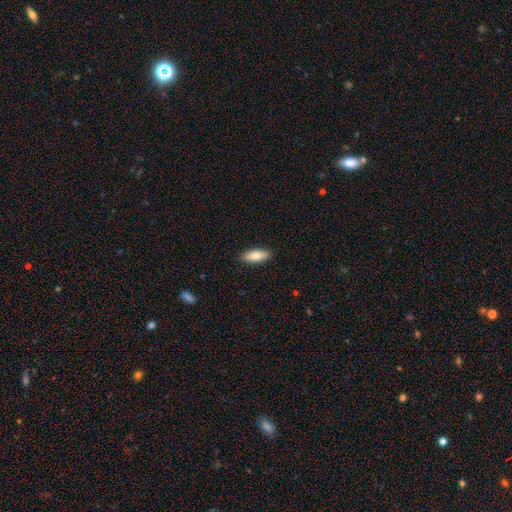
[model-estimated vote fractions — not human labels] Morphology: type=smooth (78%); roundness=in between (71%); merging=none (89%).